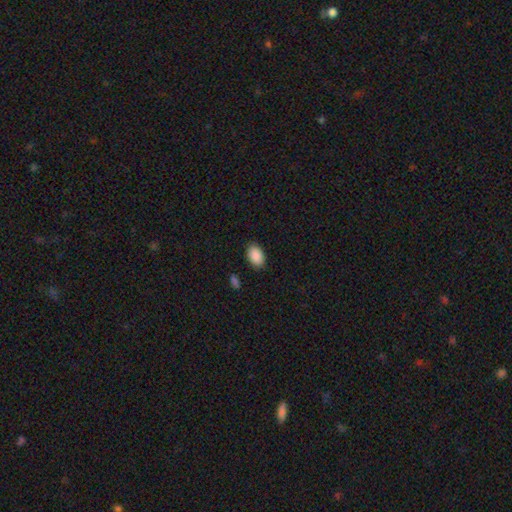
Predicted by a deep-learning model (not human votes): Morphology: type=smooth (90%); roundness=in between (90%); merging=none (88%).